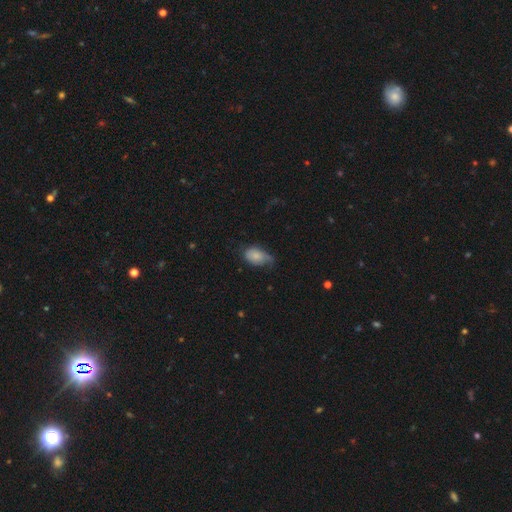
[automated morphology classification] type=smooth (77%); roundness=in between (89%); merging=minor disturbance (43%).